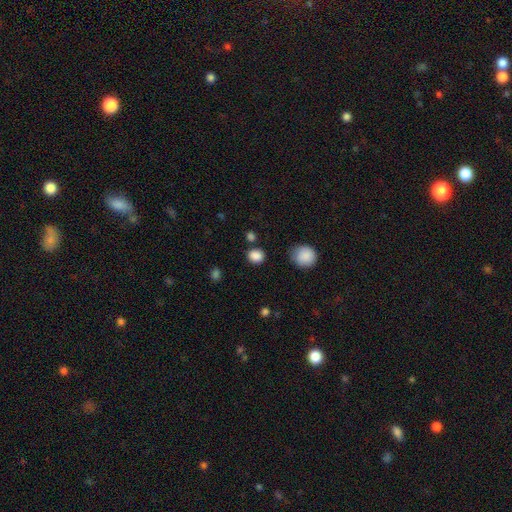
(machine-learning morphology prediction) The model was most divided on "how rounded": round: 70%, in between: 28%, cigar-shaped: 1%. More confident: smooth or featured — smooth (86%); merging — none (80%).